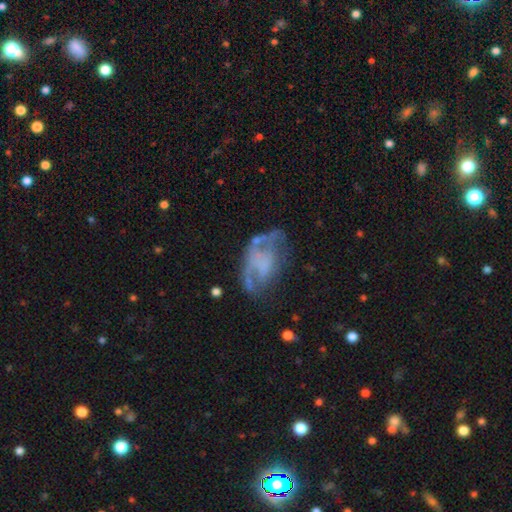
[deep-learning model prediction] This appears to be a featured or disk galaxy (63%) with no bar (79%), no spiral arms (57%) and no central bulge (71%). Merging: none (35%).